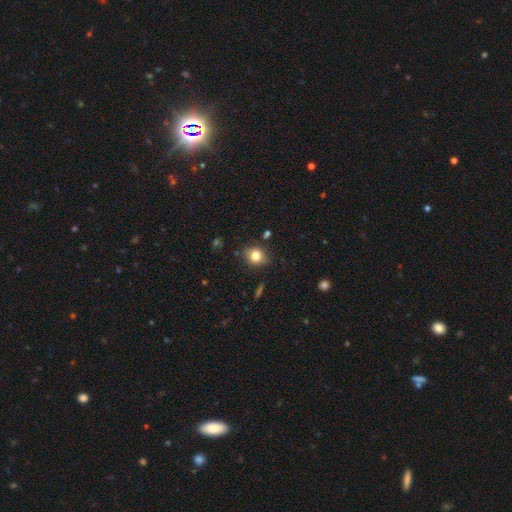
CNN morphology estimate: Overall: smooth (79%). How rounded: round (63%; in between 36%). Merging: none (82%).